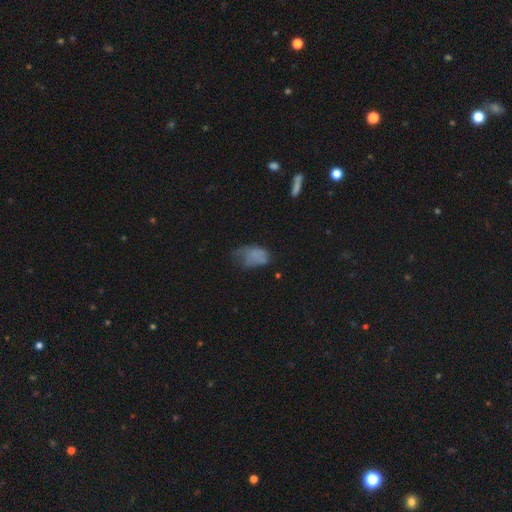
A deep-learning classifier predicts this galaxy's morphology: smooth-or-featured: smooth: 64% | featured or disk: 23% | star or artifact: 13%
  how-rounded: in between: 85% | round: 13% | cigar-shaped: 2%
  merging: major disturbance: 38% | minor disturbance: 32% | none: 26% | merger: 4%